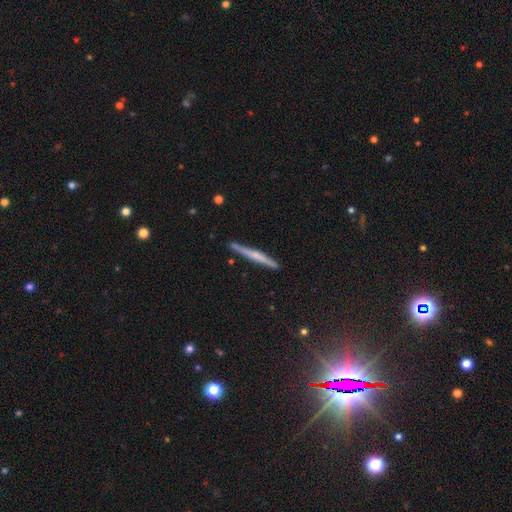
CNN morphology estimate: smooth-or-featured: featured or disk: 57% | smooth: 36% | star or artifact: 7%
  disk-edge-on: yes: 98% | no: 2%
    edge-on-bulge: rounded: 51% | none: 40% | boxy: 10%
  merging: none: 89% | minor disturbance: 8% | merger: 2% | major disturbance: 1%